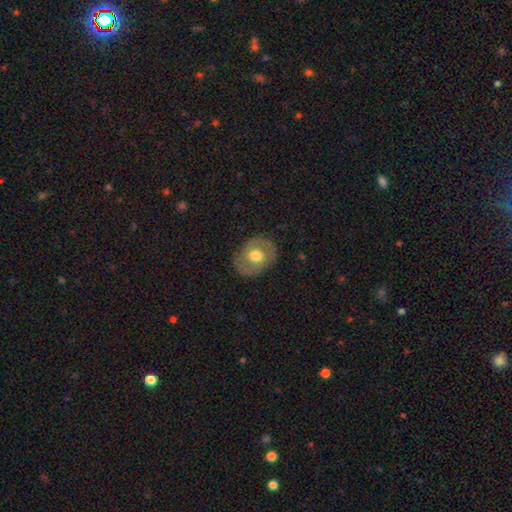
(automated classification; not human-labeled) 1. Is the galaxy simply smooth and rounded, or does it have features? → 48% smooth, 45% featured or disk, 6% star or artifact.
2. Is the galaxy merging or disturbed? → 80% none, 14% minor disturbance, 5% major disturbance, 1% merger.